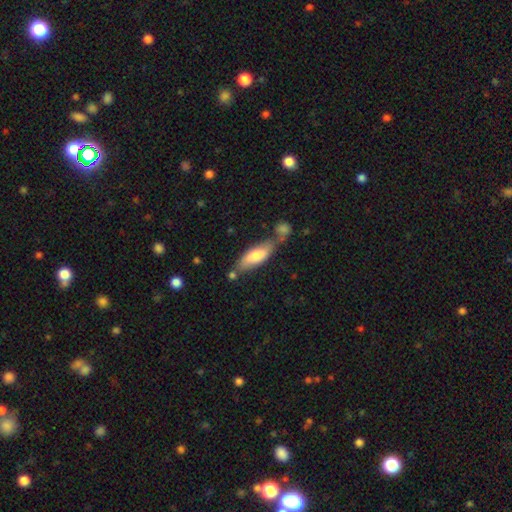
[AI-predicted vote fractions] Smooth or featured: smooth — 71% (featured or disk — 23%)
How rounded: in between — 63% (cigar-shaped — 35%)
Merging: none — 51% (merger — 24%)